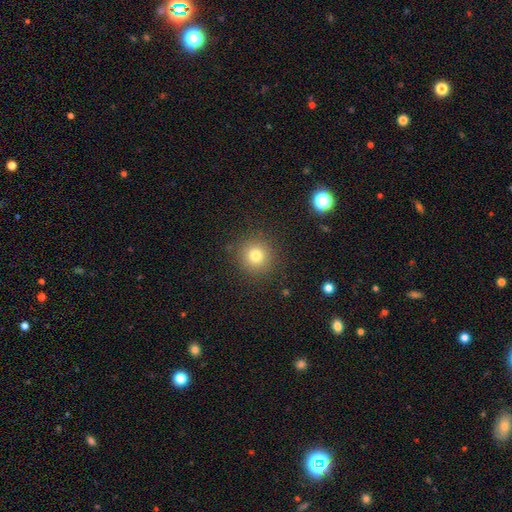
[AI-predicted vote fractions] smooth 78%, star or artifact 14%, featured or disk 8%. Down the decision tree: how rounded — round (94%); merging — none (88%).